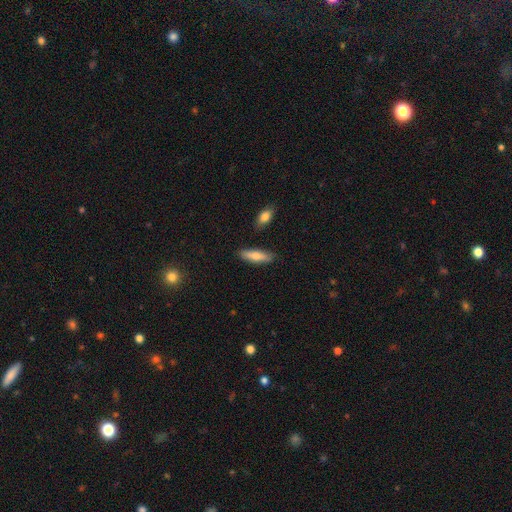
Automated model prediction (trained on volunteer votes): This appears to be a smooth galaxy with no disk features (68%) that is cigar-shaped (62%). Merging: none (85%).